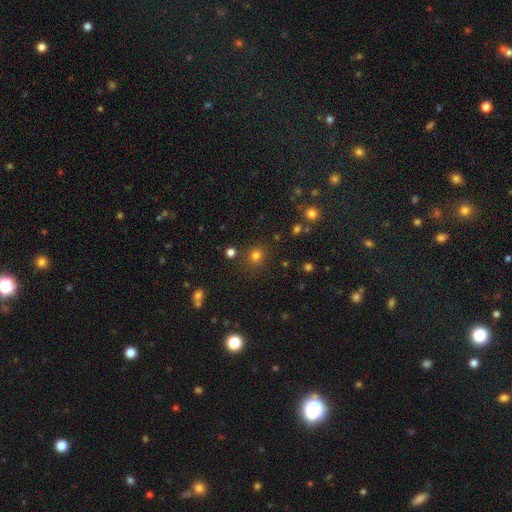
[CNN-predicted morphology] This is likely a smooth galaxy (76%). How rounded: clearly round (89%). Merging: clearly none (84%).